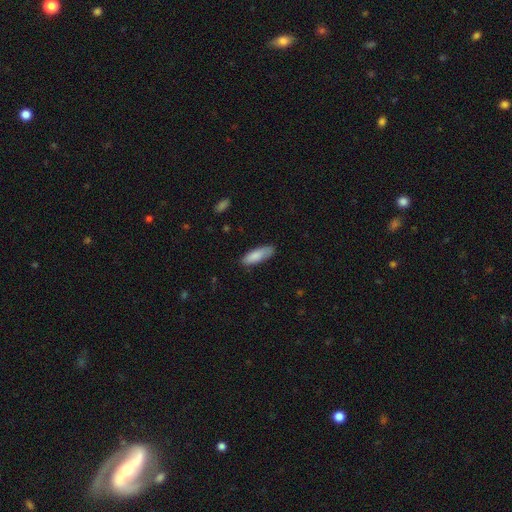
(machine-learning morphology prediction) Smooth or featured? smooth (85%)
How rounded? in between (56%)
Merging? none (76%)